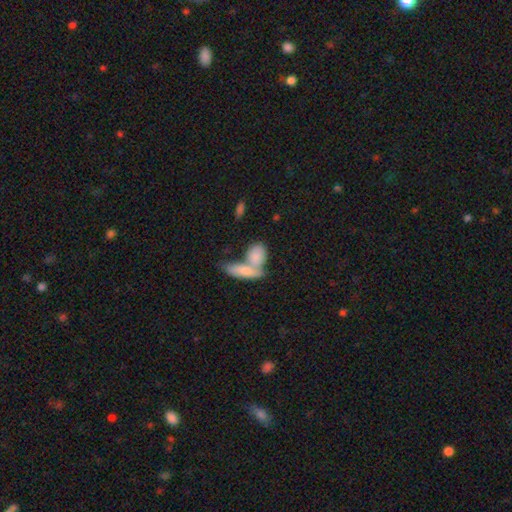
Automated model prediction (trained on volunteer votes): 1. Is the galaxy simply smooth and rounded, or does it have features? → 79% smooth, 15% featured or disk, 6% star or artifact.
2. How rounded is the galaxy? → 76% in between, 12% cigar-shaped, 12% round.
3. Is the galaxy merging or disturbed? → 58% merger, 29% none, 9% minor disturbance, 5% major disturbance.